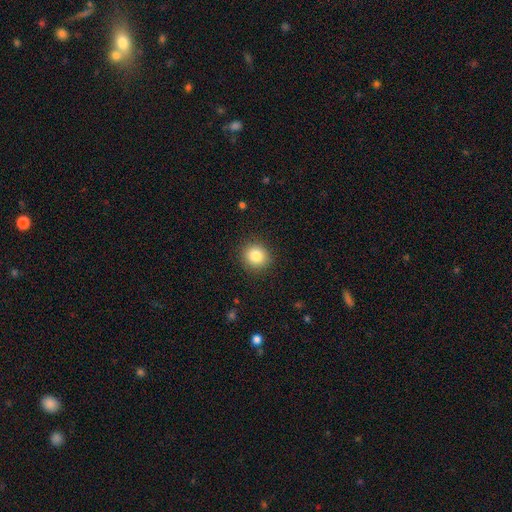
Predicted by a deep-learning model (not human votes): A smooth galaxy with no disk features (84%) that is round (87%). Merging: none (90%).